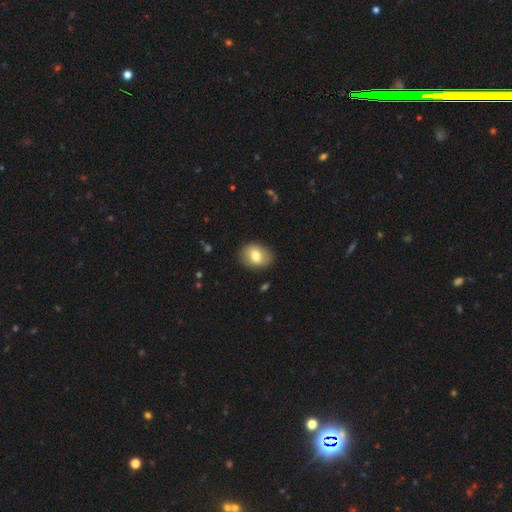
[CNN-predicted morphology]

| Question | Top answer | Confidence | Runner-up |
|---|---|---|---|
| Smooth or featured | smooth | 76% | featured or disk (16%) |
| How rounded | in between | 59% | round (40%) |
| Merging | none | 86% | minor disturbance (10%) |